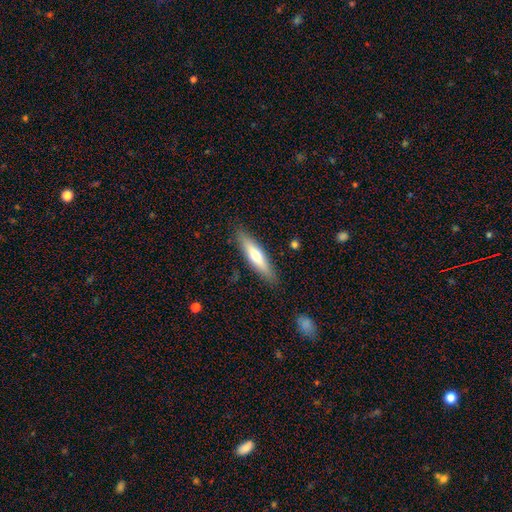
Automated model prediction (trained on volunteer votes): The model was most divided on "smooth or featured": smooth: 55%, featured or disk: 39%, star or artifact: 6%. More confident: merging — none (88%); how rounded — cigar-shaped (79%).